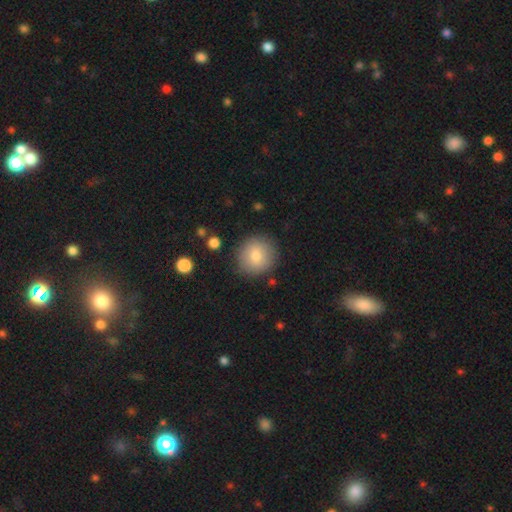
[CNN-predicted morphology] Smooth or featured: smooth — 79% (featured or disk — 12%)
How rounded: round — 90% (in between — 9%)
Merging: none — 87% (minor disturbance — 9%)